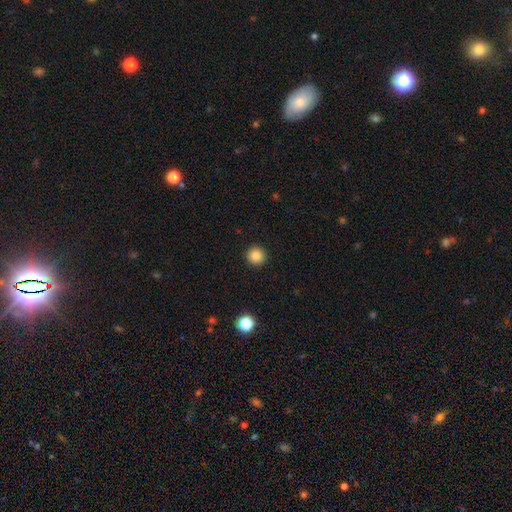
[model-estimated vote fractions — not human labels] The model was most divided on "smooth or featured": smooth: 85%, star or artifact: 11%, featured or disk: 5%. More confident: how rounded — round (96%); merging — none (93%).